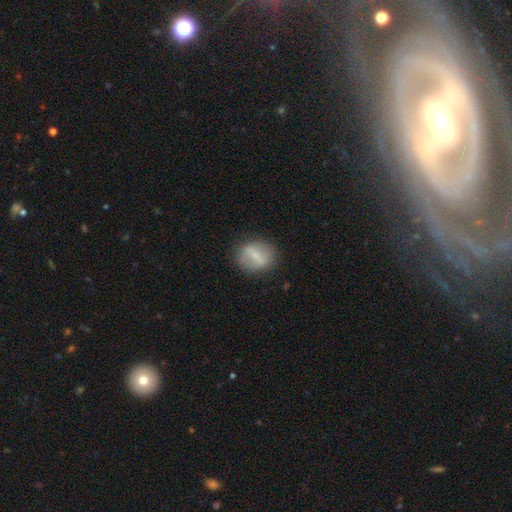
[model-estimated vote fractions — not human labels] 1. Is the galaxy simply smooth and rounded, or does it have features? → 53% smooth, 39% featured or disk, 8% star or artifact.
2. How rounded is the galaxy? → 56% round, 41% in between, 3% cigar-shaped.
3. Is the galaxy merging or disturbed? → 80% none, 13% minor disturbance, 5% major disturbance, 1% merger.